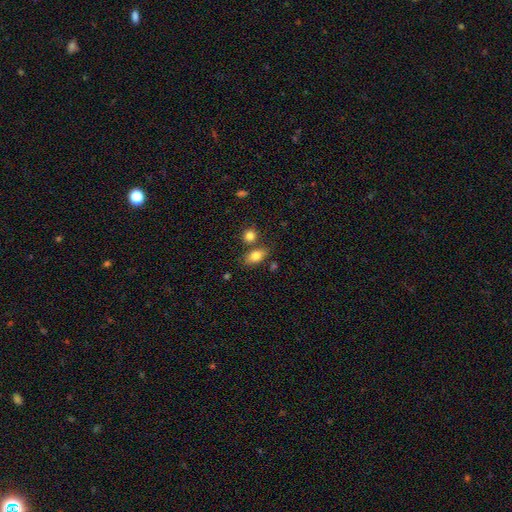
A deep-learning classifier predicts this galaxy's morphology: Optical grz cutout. It shows a smooth galaxy with no disk features (81%) that is in between round and cigar-shaped (81%). Merging: none (69%).